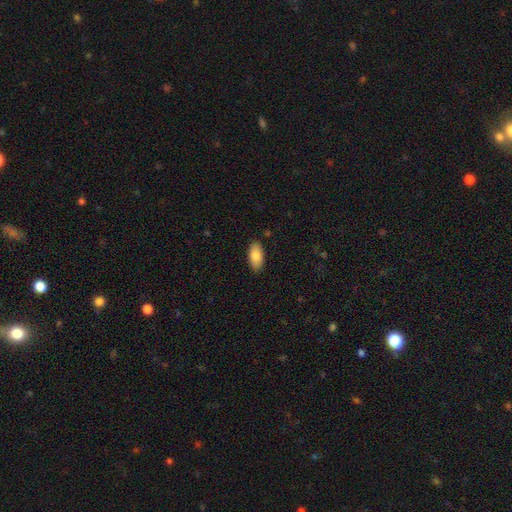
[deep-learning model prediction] Smooth or featured? smooth (84%)
How rounded? in between (92%)
Merging? none (88%)